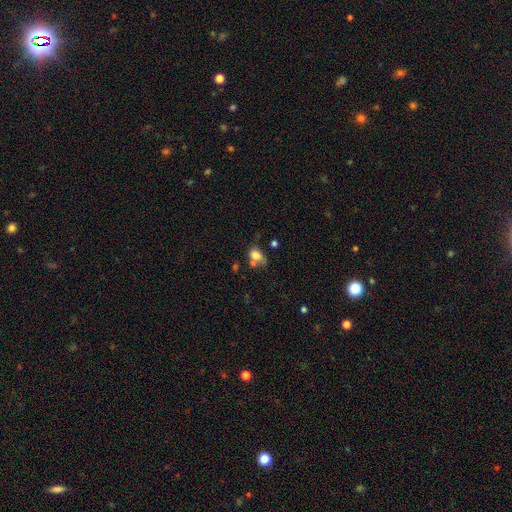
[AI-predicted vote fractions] smooth-or-featured: smooth: 75% | featured or disk: 14% | star or artifact: 11%
  how-rounded: in between: 74% | round: 24% | cigar-shaped: 2%
  merging: none: 37% | merger: 30% | minor disturbance: 21% | major disturbance: 12%